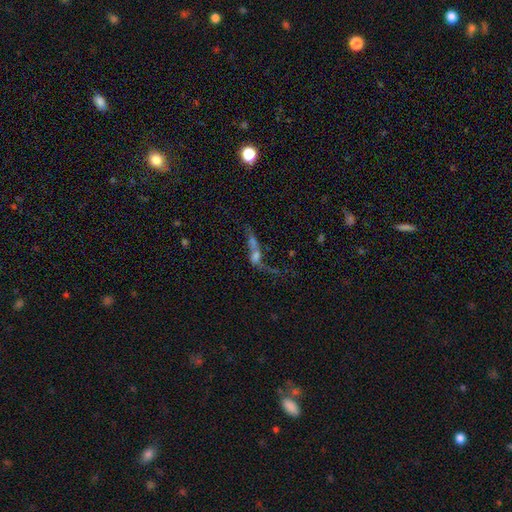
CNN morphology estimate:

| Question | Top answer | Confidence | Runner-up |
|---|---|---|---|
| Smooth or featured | featured or disk | 48% | smooth (33%) |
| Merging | merger | 45% | major disturbance (25%) |